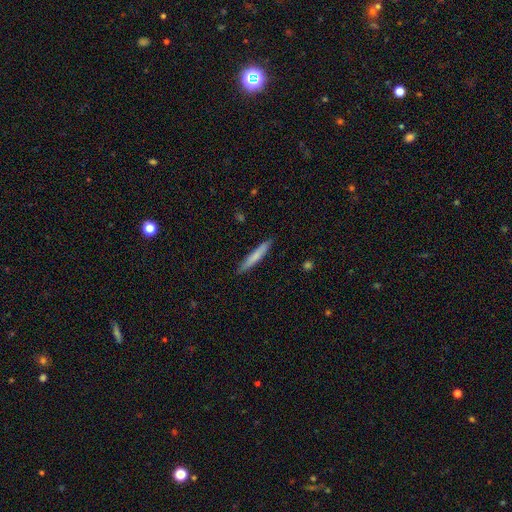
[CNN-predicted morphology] type=smooth (72%); roundness=cigar-shaped (95%); merging=none (90%).